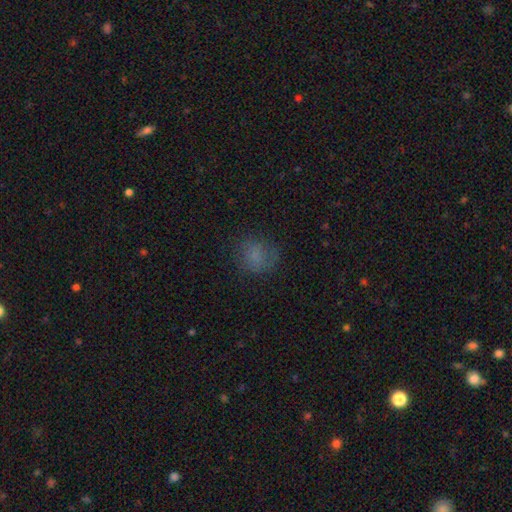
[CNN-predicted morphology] A smooth galaxy with no disk features (72%) that is round (74%). Merging: none (69%).